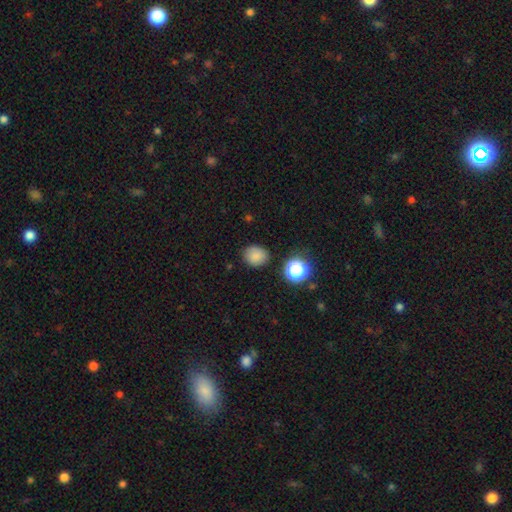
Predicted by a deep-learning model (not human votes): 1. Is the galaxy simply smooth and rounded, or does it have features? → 80% smooth, 13% star or artifact, 7% featured or disk.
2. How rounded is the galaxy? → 71% round, 28% in between, 1% cigar-shaped.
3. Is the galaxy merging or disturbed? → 83% none, 11% minor disturbance, 3% major disturbance, 2% merger.